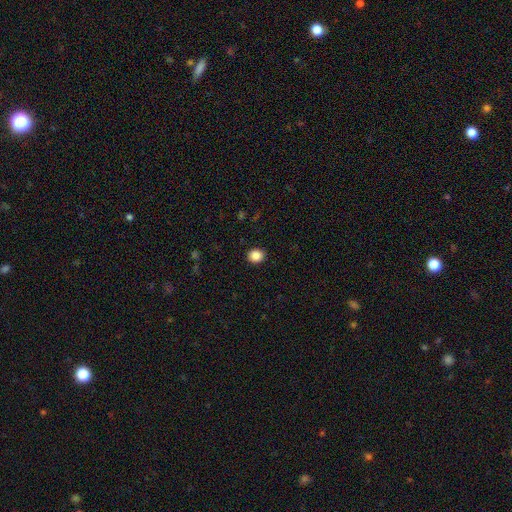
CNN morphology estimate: smooth 87%, star or artifact 10%, featured or disk 3%. Down the decision tree: how rounded — round (70%); merging — none (91%).